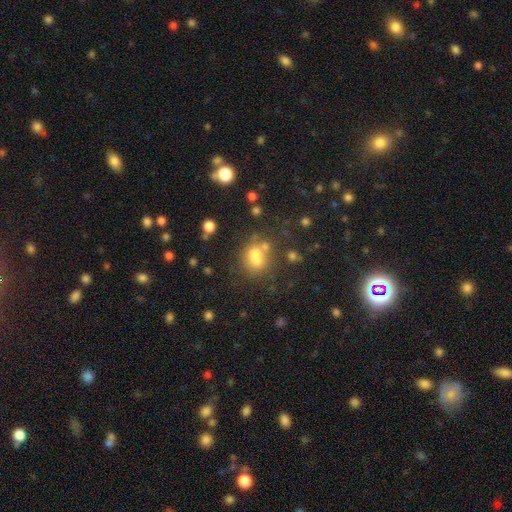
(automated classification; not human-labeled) Overall: smooth (65%). How rounded: round (53%; in between 45%). Merging: none (55%; merger 24%).